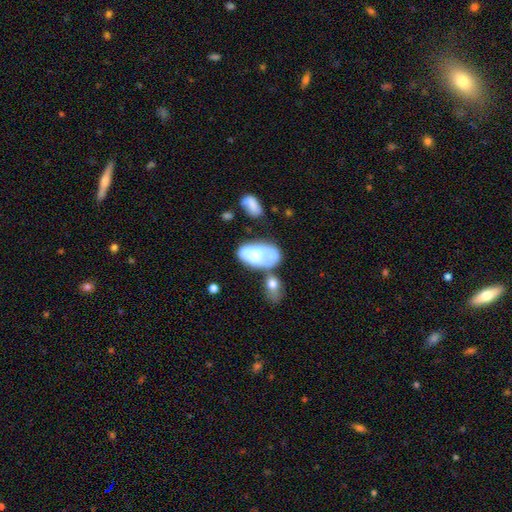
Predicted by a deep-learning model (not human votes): Morphology: type=featured or disk (56%); edge-on=no (93%); bar=no (78%); spiral arms=no (65%); bulge=moderate (70%); merging=none (37%).